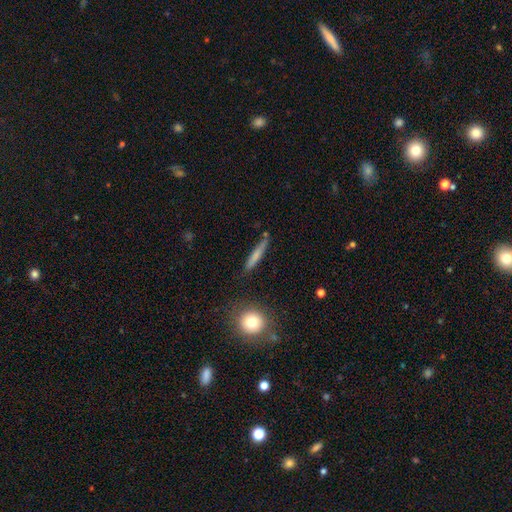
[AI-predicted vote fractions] The model was most divided on "smooth or featured": smooth: 67%, featured or disk: 26%, star or artifact: 7%. More confident: how rounded — cigar-shaped (92%); merging — none (81%).